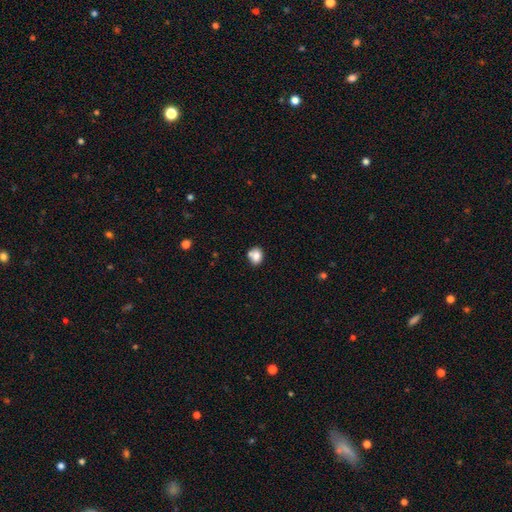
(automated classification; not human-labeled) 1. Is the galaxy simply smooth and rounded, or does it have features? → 80% smooth, 11% featured or disk, 10% star or artifact.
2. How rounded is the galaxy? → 51% round, 48% in between, 1% cigar-shaped.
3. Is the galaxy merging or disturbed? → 57% none, 22% merger, 16% minor disturbance, 5% major disturbance.